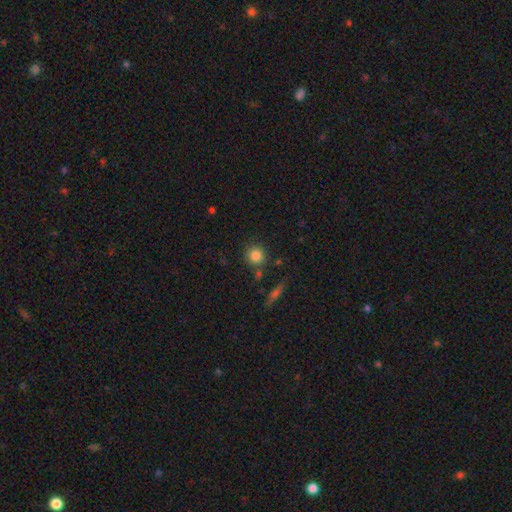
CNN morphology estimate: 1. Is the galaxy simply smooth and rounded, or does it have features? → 84% smooth, 10% star or artifact, 6% featured or disk.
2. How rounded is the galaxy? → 90% round, 9% in between, 1% cigar-shaped.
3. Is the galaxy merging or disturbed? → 80% none, 10% minor disturbance, 7% merger, 3% major disturbance.